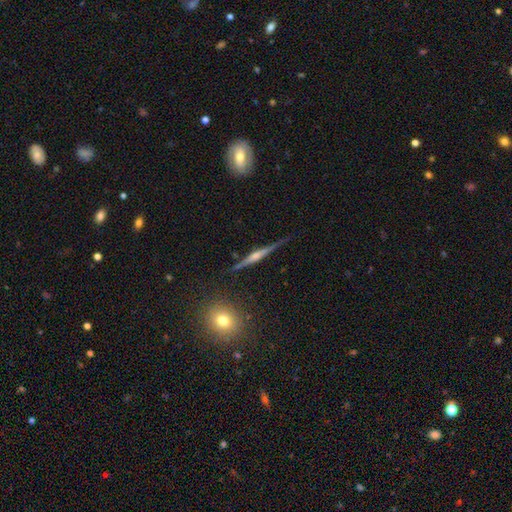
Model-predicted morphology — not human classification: This is clearly a featured or disk galaxy (82%). It is clearly viewed edge-on (97%). Edge-on bulge: clearly rounded (81%). Merging: clearly none (87%).